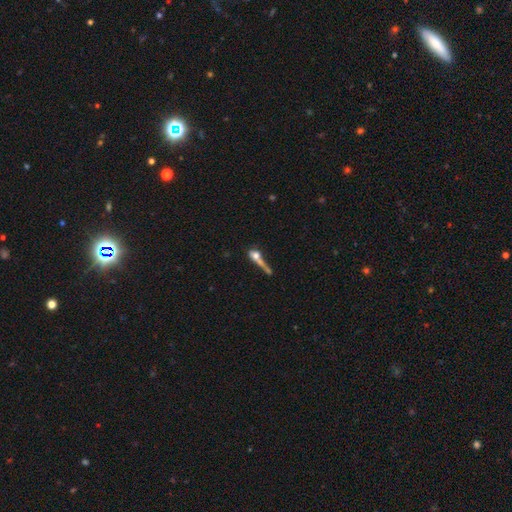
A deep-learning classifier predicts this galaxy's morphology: This is possibly a smooth galaxy (56%). How rounded: marginally cigar-shaped (42%). Merging: marginally merger (35%).